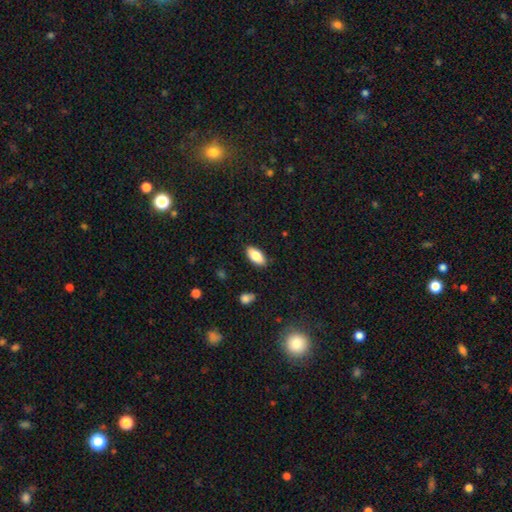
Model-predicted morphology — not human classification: smooth 82%, featured or disk 11%, star or artifact 7%. Down the decision tree: how rounded — in between (88%); merging — none (87%).